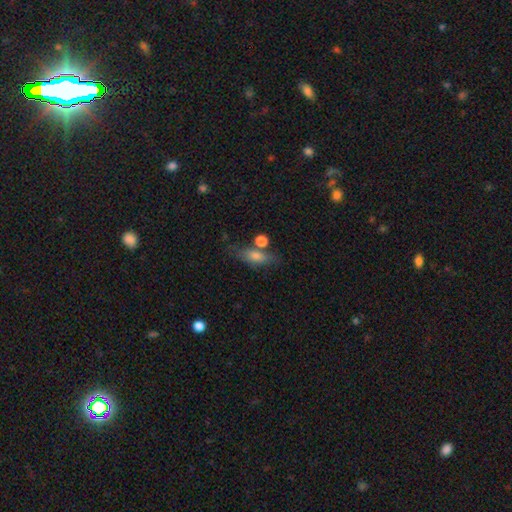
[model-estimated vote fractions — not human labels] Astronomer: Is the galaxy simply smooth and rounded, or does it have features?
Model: smooth — 65%.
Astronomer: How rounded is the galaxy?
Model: in between — 58% (runner-up: cigar-shaped, 34%).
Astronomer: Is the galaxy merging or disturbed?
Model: none — 65%.